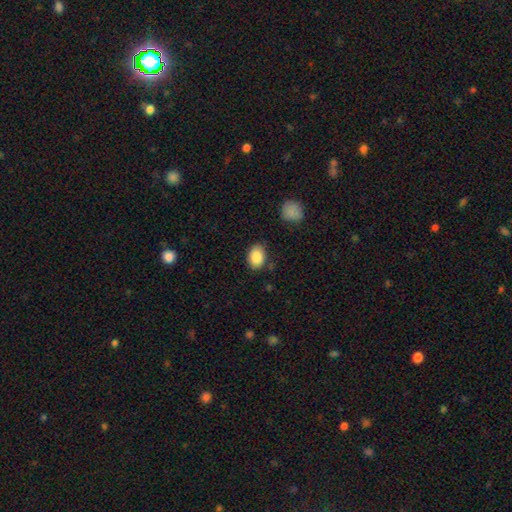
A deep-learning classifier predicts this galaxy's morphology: A smooth galaxy with no disk features (88%) that is in between round and cigar-shaped (76%). Merging: none (80%).